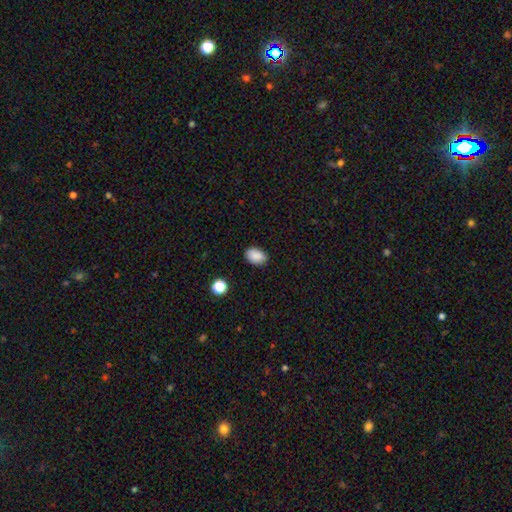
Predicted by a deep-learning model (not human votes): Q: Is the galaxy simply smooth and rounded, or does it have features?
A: smooth — 88%.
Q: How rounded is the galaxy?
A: in between — 86%.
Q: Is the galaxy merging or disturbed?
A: none — 85%.